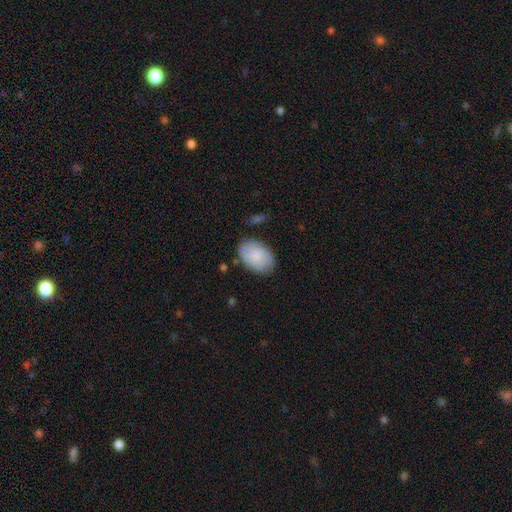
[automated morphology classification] This is likely a smooth galaxy (77%). How rounded: clearly in between (87%). Merging: likely none (78%).